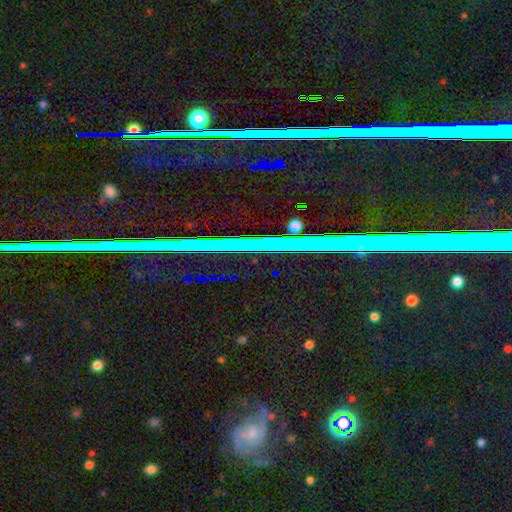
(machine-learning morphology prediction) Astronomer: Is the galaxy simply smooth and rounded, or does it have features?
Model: star or artifact — 79%.